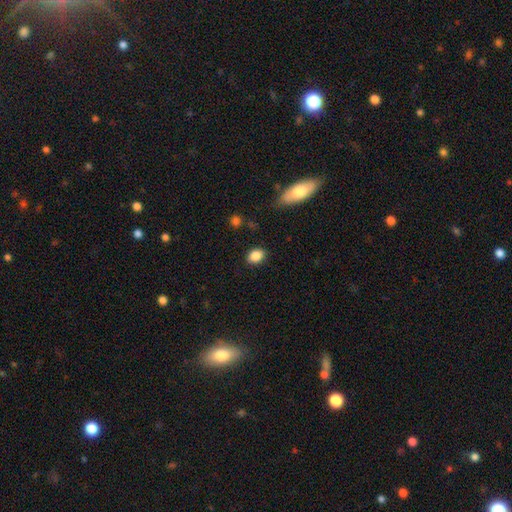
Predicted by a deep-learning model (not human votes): smooth-or-featured: smooth: 86% | star or artifact: 9% | featured or disk: 5%
  how-rounded: in between: 66% | round: 33% | cigar-shaped: 1%
  merging: none: 85% | minor disturbance: 11% | major disturbance: 3% | merger: 1%